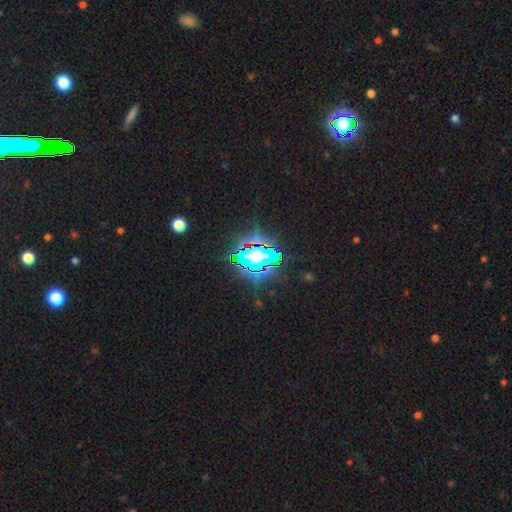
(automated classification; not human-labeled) Smooth or featured? star or artifact (61%)